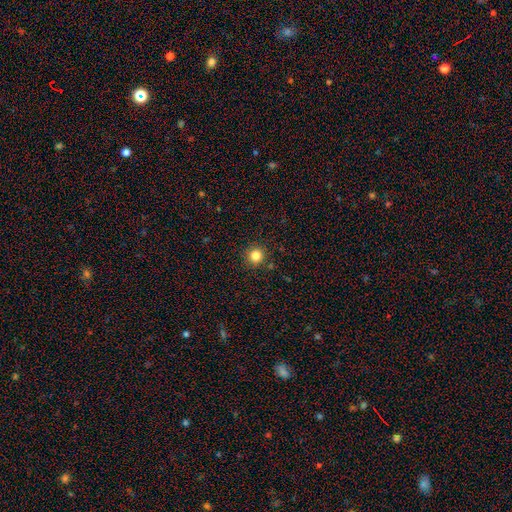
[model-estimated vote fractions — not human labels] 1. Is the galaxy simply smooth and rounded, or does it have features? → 83% smooth, 13% star or artifact, 5% featured or disk.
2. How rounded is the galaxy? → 95% round, 5% in between, 1% cigar-shaped.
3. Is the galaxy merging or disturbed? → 91% none, 6% minor disturbance, 2% major disturbance, 2% merger.